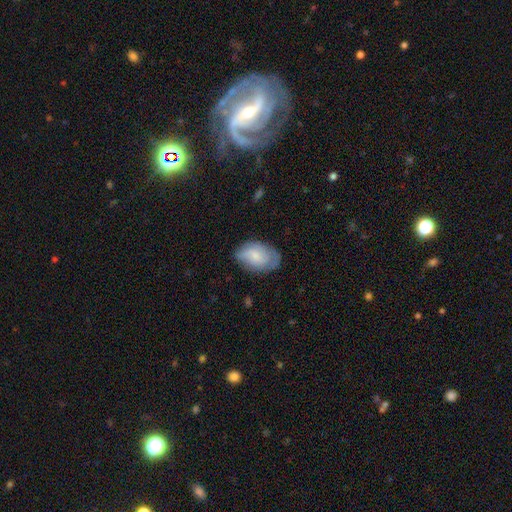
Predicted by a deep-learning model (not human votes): The model was most divided on "smooth or featured": smooth: 64%, featured or disk: 29%, star or artifact: 7%. More confident: how rounded — in between (85%); merging — none (65%).